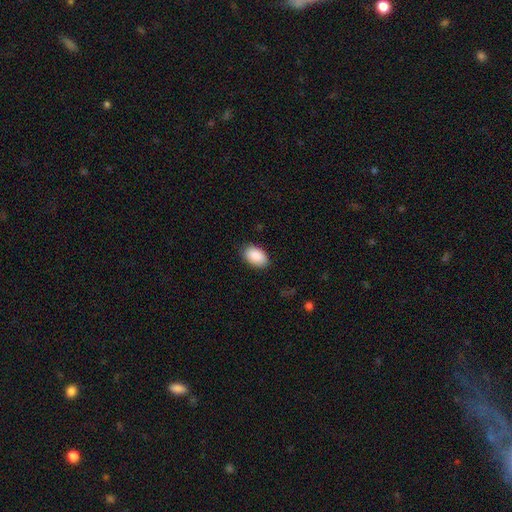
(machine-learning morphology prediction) This is clearly a smooth galaxy (90%). How rounded: clearly in between (92%). Merging: clearly none (86%).